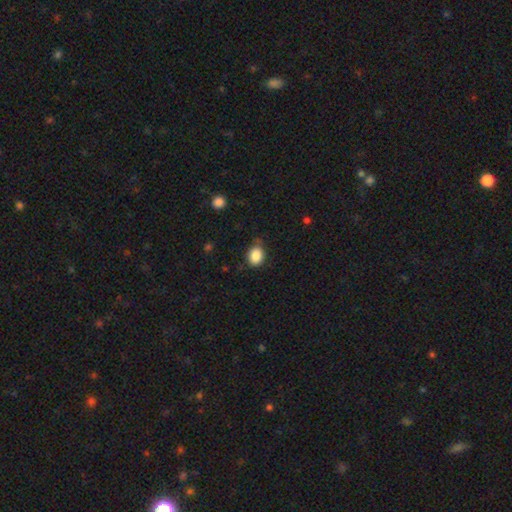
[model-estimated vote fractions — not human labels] Smooth or featured? Predicted: smooth (p=0.87). How rounded? Predicted: in between (p=0.56). Merging? Predicted: none (p=0.70).